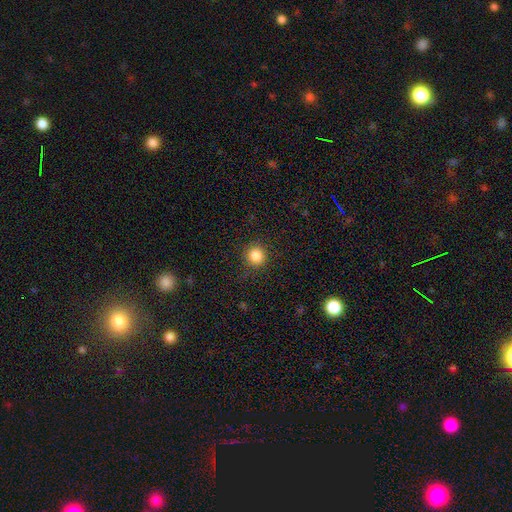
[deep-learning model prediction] Smooth or featured: smooth — 85% (star or artifact — 11%)
How rounded: round — 93% (in between — 6%)
Merging: none — 89% (minor disturbance — 7%)